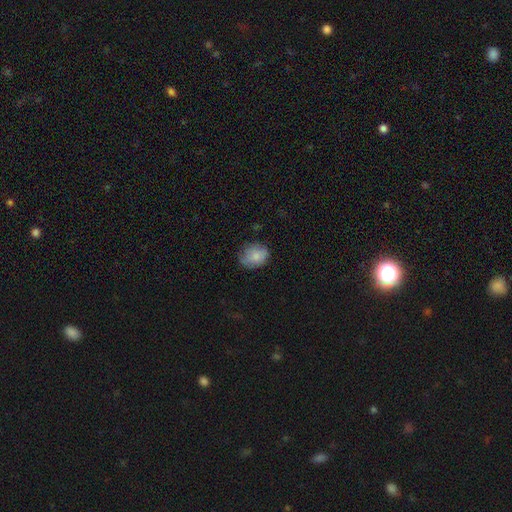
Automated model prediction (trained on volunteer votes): A smooth galaxy with no disk features (81%) that is in between round and cigar-shaped (50%).

Vote fractions:
- Smooth or featured? smooth: 81% / featured or disk: 12% / star or artifact: 8%
- How rounded? in between: 50% / round: 49% / cigar-shaped: 1%
- Merging? none: 67% / minor disturbance: 25% / major disturbance: 6% / merger: 1%